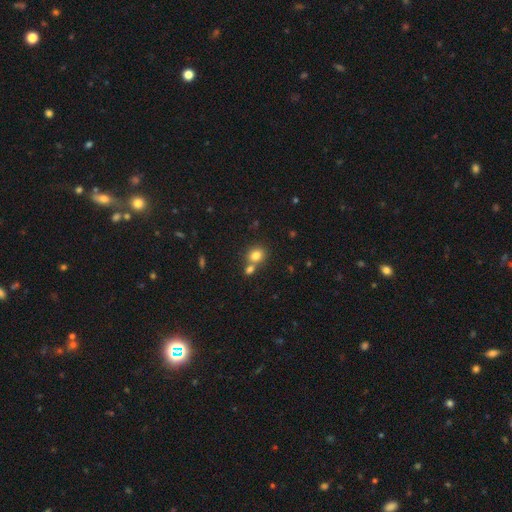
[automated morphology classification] type=smooth (81%); roundness=round (65%); merging=none (51%).